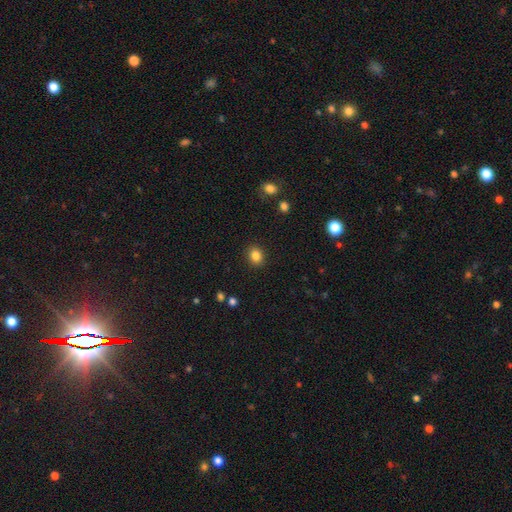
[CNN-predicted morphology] The model was most divided on "how rounded": round: 62%, in between: 37%, cigar-shaped: 1%. More confident: merging — none (89%); smooth or featured — smooth (84%).